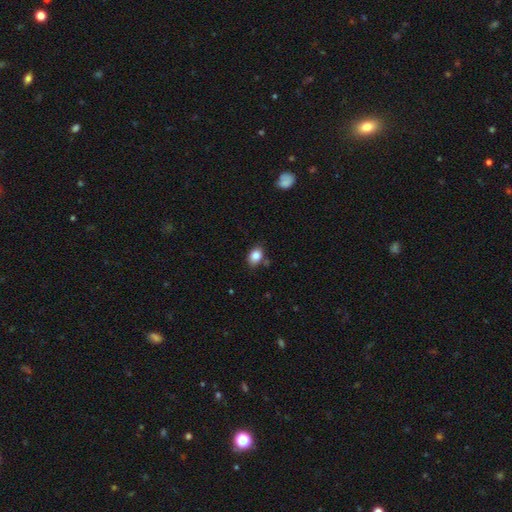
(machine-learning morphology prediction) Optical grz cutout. It shows a smooth galaxy with no disk features (85%) that is in between round and cigar-shaped (73%). Merging: none (77%).